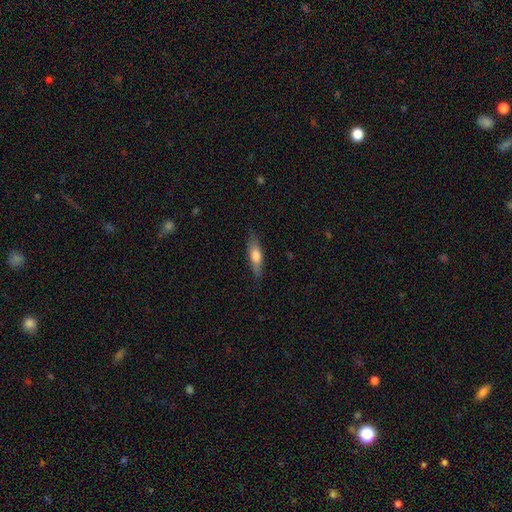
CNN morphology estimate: Smooth or featured: smooth — 65% (featured or disk — 29%)
How rounded: cigar-shaped — 57% (in between — 40%)
Merging: none — 81% (minor disturbance — 15%)